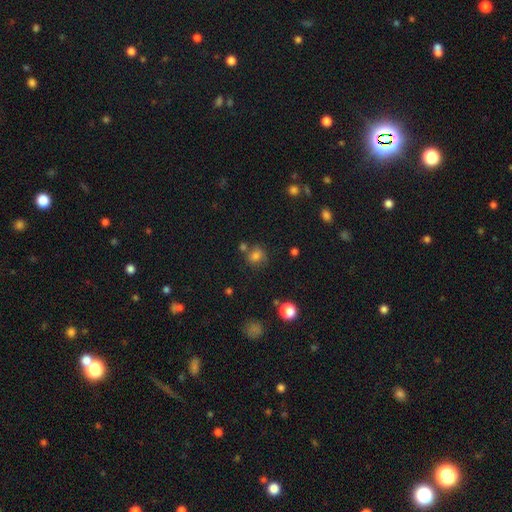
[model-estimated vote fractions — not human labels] Overall: smooth (74%). How rounded: round (78%). Merging: none (64%).